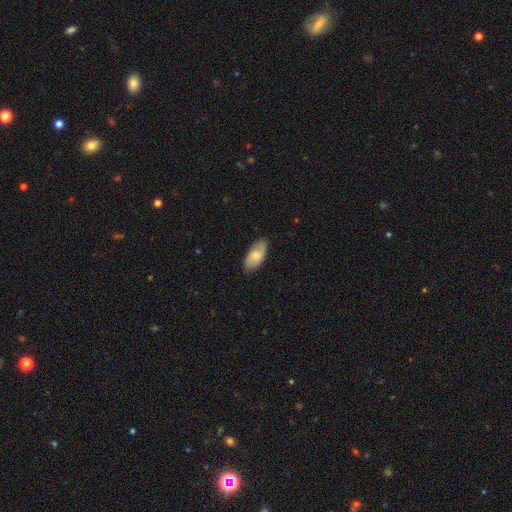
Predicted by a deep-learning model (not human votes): A smooth galaxy with no disk features (61%) that is in between round and cigar-shaped (91%).

Vote fractions:
- Smooth or featured? smooth: 61% / featured or disk: 33% / star or artifact: 6%
- How rounded? in between: 91% / cigar-shaped: 7% / round: 3%
- Merging? none: 84% / minor disturbance: 13% / major disturbance: 2% / merger: 1%